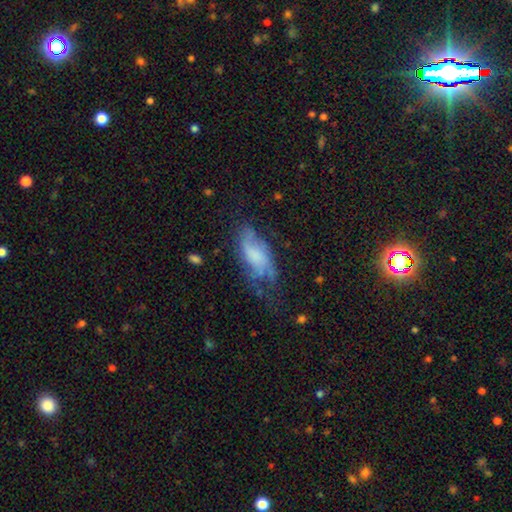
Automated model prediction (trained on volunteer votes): Smooth or featured?
  - featured or disk: 49% *
  - smooth: 42%
  - star or artifact: 9%
Merging?
  - none: 40% *
  - minor disturbance: 30%
  - major disturbance: 27%
  - merger: 3%